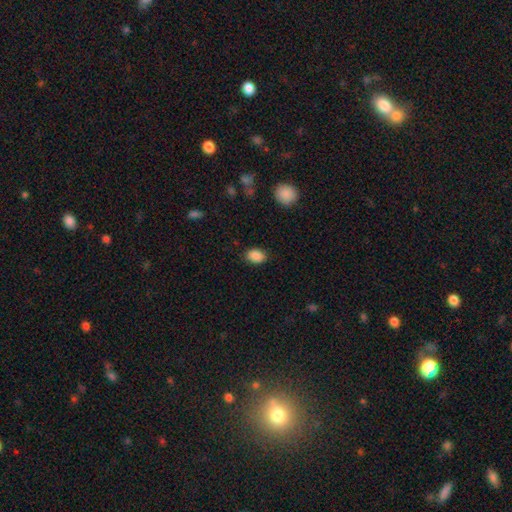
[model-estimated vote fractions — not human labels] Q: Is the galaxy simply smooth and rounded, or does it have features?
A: smooth — 88%.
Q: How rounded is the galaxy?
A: in between — 75%.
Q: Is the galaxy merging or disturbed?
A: none — 85%.